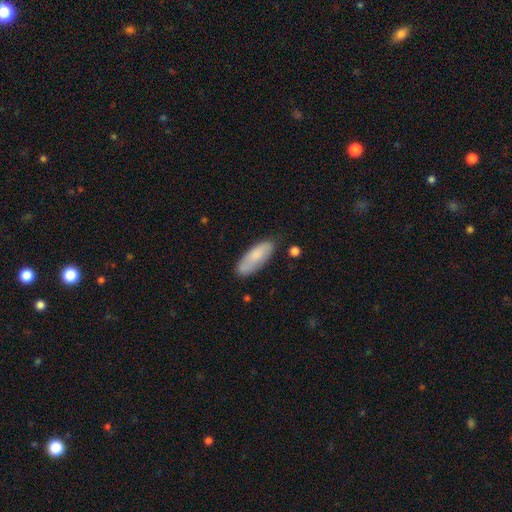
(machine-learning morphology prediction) Smooth or featured? Predicted: smooth (p=0.79). How rounded? Predicted: in between (p=0.69). Merging? Predicted: none (p=0.73).